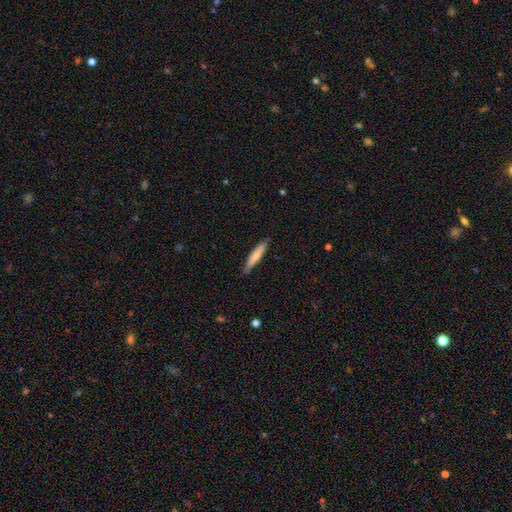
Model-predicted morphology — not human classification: Overall: smooth (70%). How rounded: cigar-shaped (88%). Merging: none (83%).